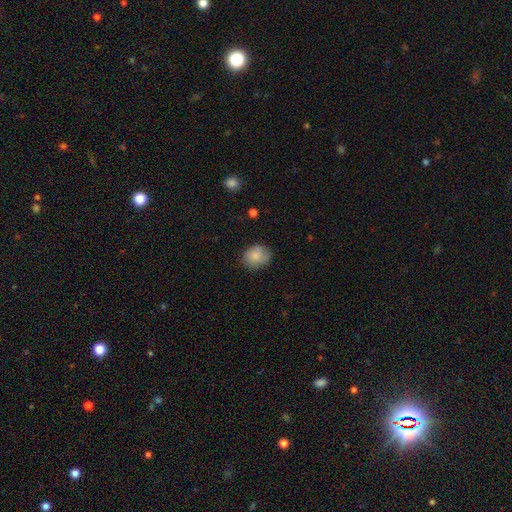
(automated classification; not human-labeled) smooth-or-featured: smooth: 82% | featured or disk: 10% | star or artifact: 8%
  how-rounded: round: 51% | in between: 48% | cigar-shaped: 1%
  merging: none: 76% | minor disturbance: 19% | major disturbance: 4% | merger: 1%